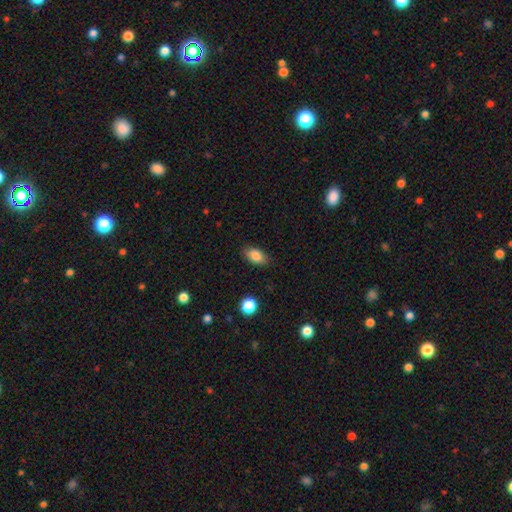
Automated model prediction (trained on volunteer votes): smooth_or_featured: smooth (p=0.84) [alt: star or artifact p=0.09]
how_rounded: in between (p=0.88) [alt: round p=0.09]
merging: none (p=0.85) [alt: minor disturbance p=0.11]